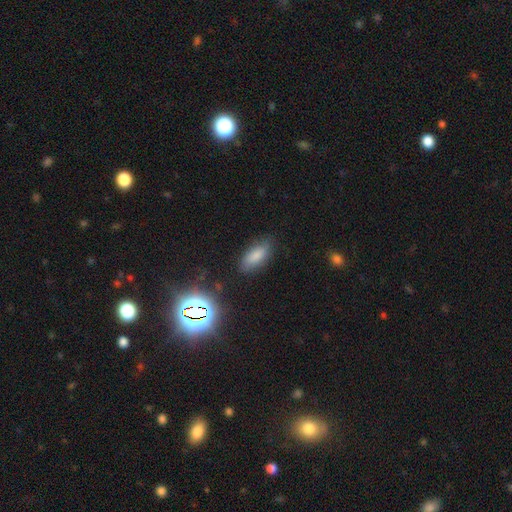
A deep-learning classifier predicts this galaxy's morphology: Q: Smooth or featured?
A: smooth (79%); runner-up: star or artifact (12%)
Q: How rounded?
A: in between (82%); runner-up: cigar-shaped (15%)
Q: Merging?
A: none (79%); runner-up: minor disturbance (16%)